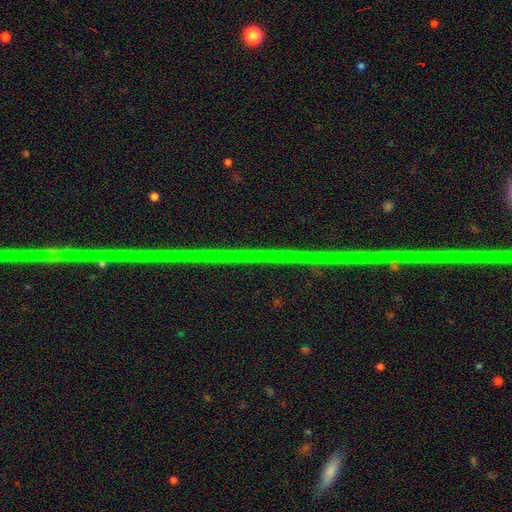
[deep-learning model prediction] Overall: star or artifact (85%).